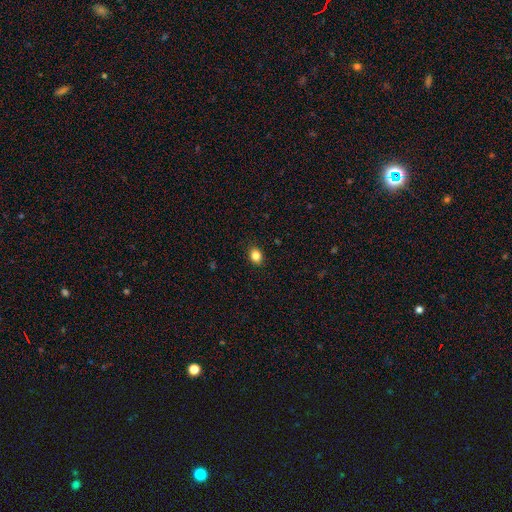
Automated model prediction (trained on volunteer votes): Smooth or featured: smooth — 85% (star or artifact — 10%)
How rounded: in between — 51% (round — 48%)
Merging: none — 90% (minor disturbance — 7%)